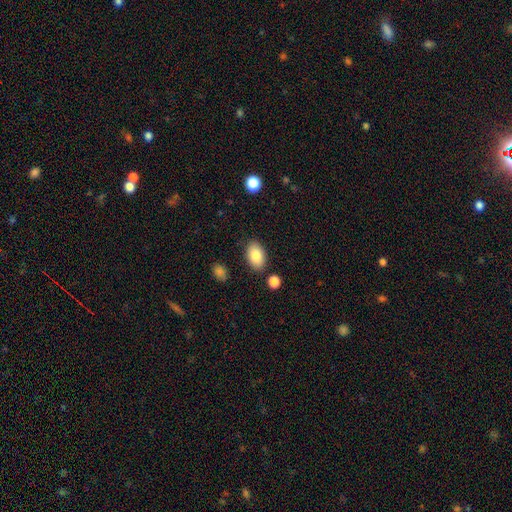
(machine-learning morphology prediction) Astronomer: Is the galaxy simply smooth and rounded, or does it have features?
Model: smooth — 85%.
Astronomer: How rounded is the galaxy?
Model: in between — 91%.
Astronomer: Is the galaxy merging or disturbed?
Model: none — 84%.